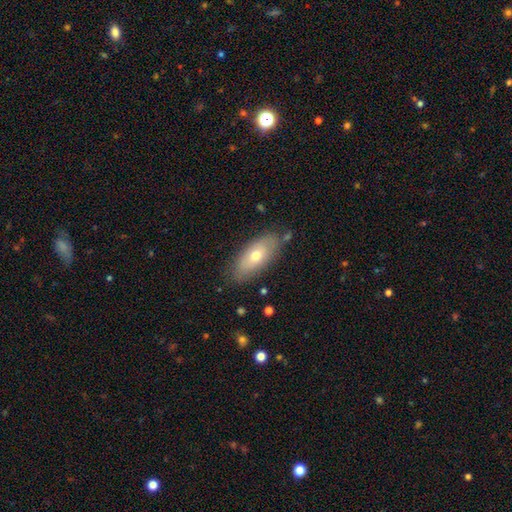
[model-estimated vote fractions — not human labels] smooth-or-featured: smooth: 61% | featured or disk: 32% | star or artifact: 7%
  how-rounded: in between: 84% | cigar-shaped: 13% | round: 3%
  merging: none: 80% | minor disturbance: 15% | major disturbance: 3% | merger: 3%